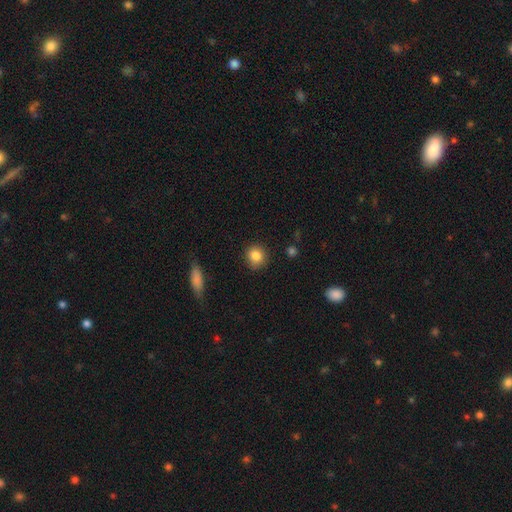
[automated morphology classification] smooth-or-featured: smooth: 85% | star or artifact: 9% | featured or disk: 6%
  how-rounded: round: 84% | in between: 14% | cigar-shaped: 1%
  merging: none: 87% | minor disturbance: 9% | major disturbance: 2% | merger: 2%